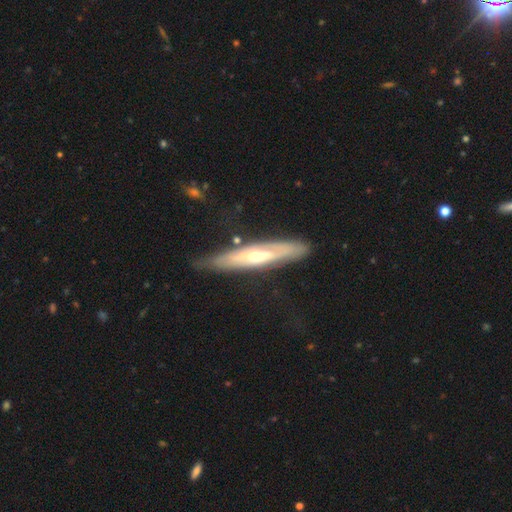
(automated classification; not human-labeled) featured or disk 69%, smooth 25%, star or artifact 6%. Down the decision tree: edge-on disk — yes (62%); merging — none (67%).